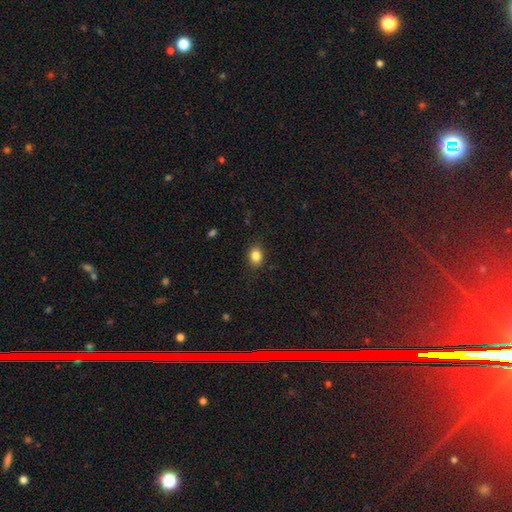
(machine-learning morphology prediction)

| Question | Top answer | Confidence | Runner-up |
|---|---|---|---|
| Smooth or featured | smooth | 84% | star or artifact (10%) |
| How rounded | in between | 60% | round (38%) |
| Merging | none | 85% | minor disturbance (11%) |